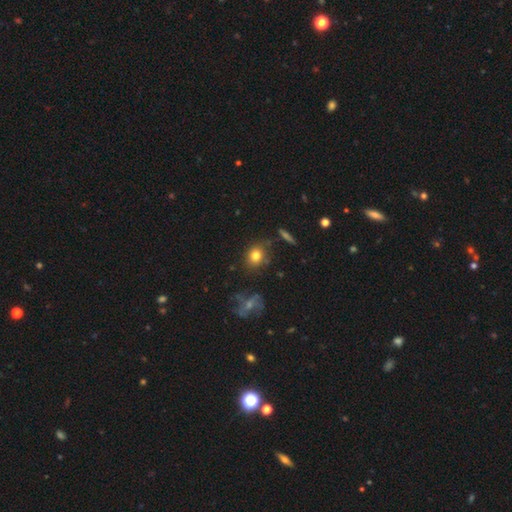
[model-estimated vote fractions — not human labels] smooth 78%, star or artifact 12%, featured or disk 9%. Down the decision tree: how rounded — round (66%); merging — none (77%).